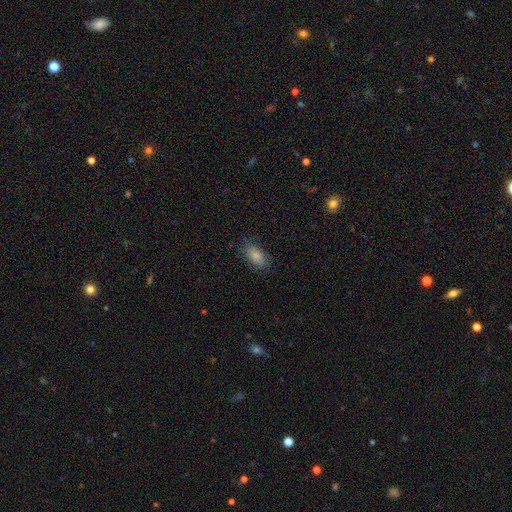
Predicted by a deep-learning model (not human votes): The model was most divided on "merging": none: 79%, minor disturbance: 16%, major disturbance: 4%, merger: 1%. More confident: how rounded — in between (91%); smooth or featured — smooth (85%).